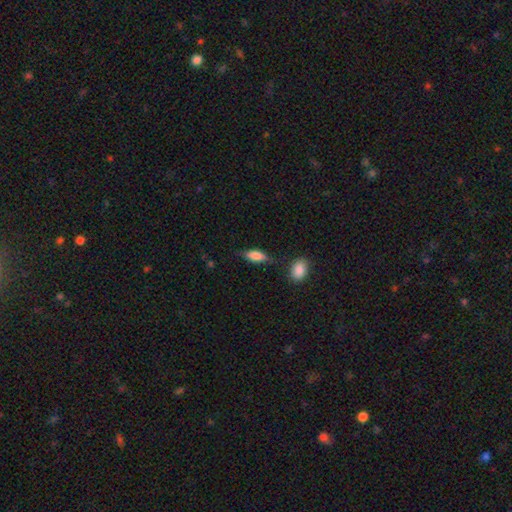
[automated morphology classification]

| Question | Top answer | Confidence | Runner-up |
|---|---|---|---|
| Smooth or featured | smooth | 75% | featured or disk (18%) |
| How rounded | in between | 75% | cigar-shaped (22%) |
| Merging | none | 68% | minor disturbance (22%) |